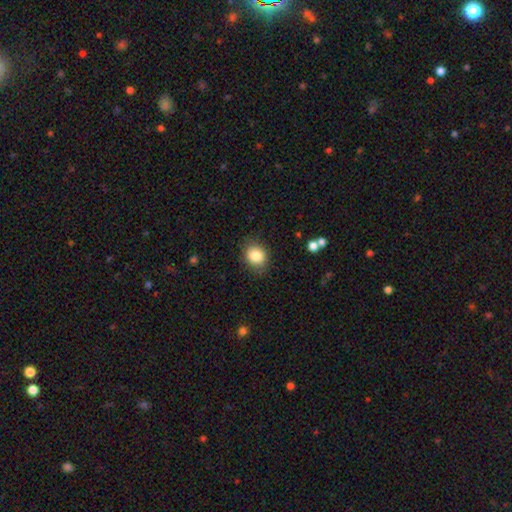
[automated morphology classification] type=smooth (83%); roundness=round (66%); merging=none (83%).